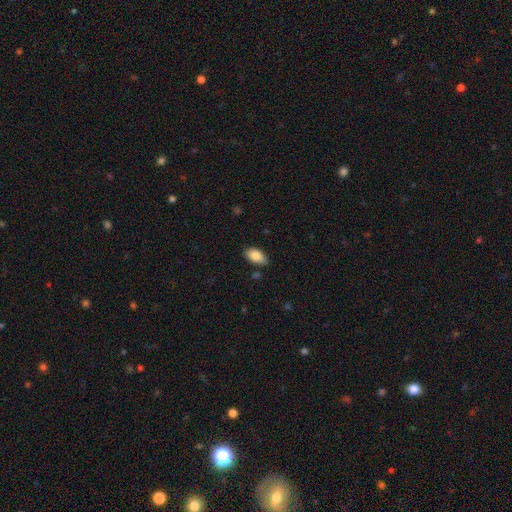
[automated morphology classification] Q: Smooth or featured?
A: smooth (86%); runner-up: star or artifact (7%)
Q: How rounded?
A: in between (94%); runner-up: round (3%)
Q: Merging?
A: none (80%); runner-up: minor disturbance (15%)